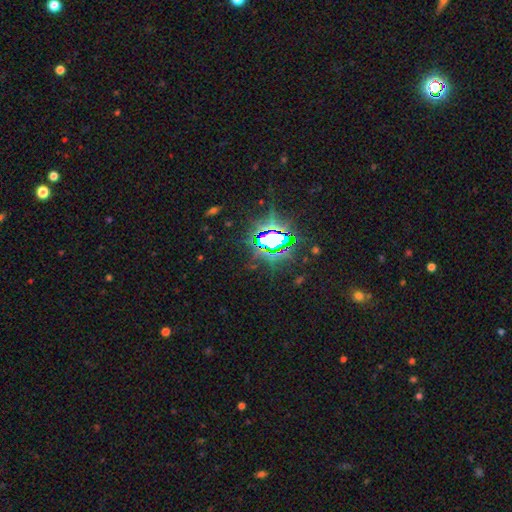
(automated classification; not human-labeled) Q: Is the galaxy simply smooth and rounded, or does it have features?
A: star or artifact — 85%.